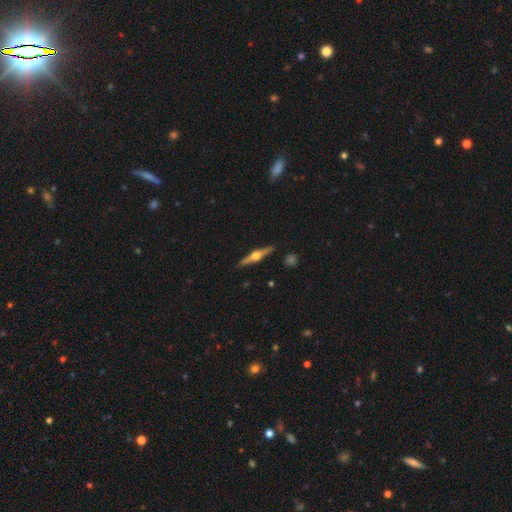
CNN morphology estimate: smooth-or-featured: featured or disk: 77% | smooth: 18% | star or artifact: 5%
  disk-edge-on: yes: 98% | no: 2%
    edge-on-bulge: rounded: 96% | boxy: 3% | none: 2%
  merging: none: 90% | minor disturbance: 7% | merger: 2% | major disturbance: 1%